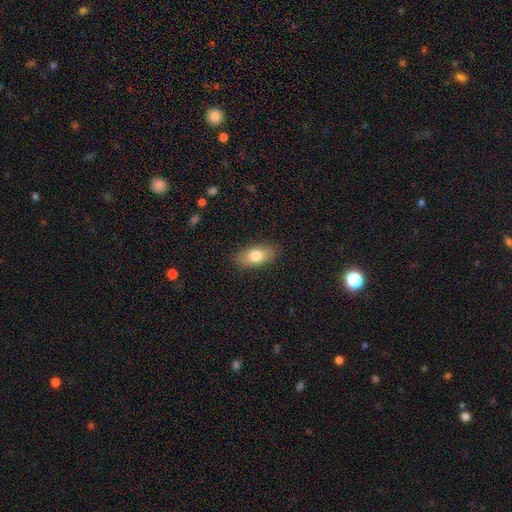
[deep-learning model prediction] smooth-or-featured: smooth: 76% | featured or disk: 17% | star or artifact: 7%
  how-rounded: in between: 87% | cigar-shaped: 8% | round: 5%
  merging: none: 87% | minor disturbance: 10% | major disturbance: 2% | merger: 1%